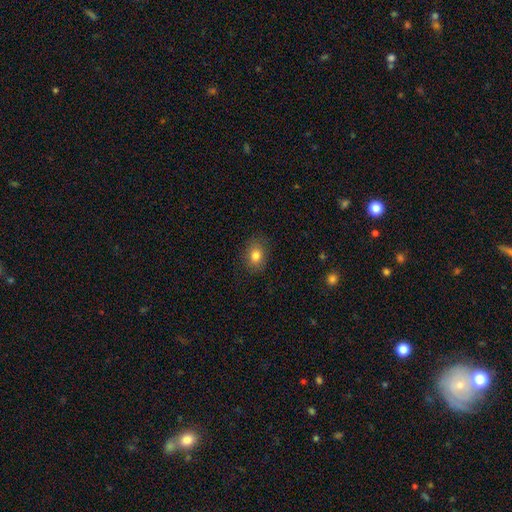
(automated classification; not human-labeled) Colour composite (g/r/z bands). It shows a smooth galaxy with no disk features (80%) that is in between round and cigar-shaped (58%). Merging: none (85%).